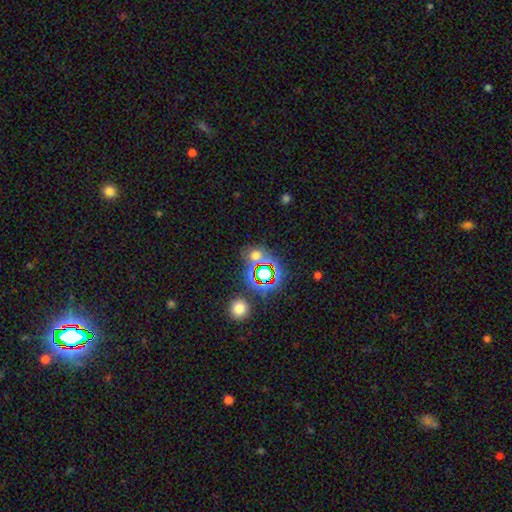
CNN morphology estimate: This is possibly a smooth galaxy (47%). Merging: likely none (69%).